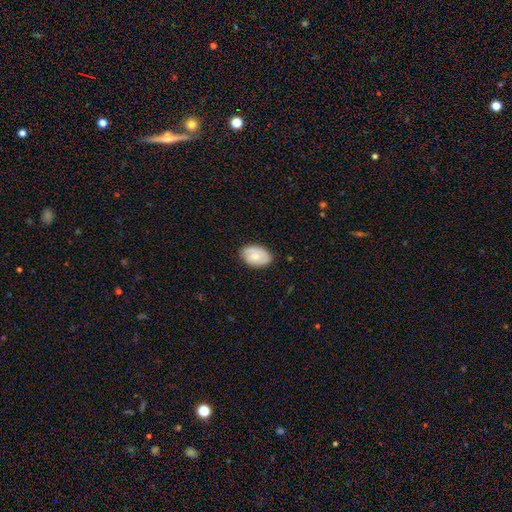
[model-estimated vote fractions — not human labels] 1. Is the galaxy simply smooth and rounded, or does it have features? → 64% smooth, 29% featured or disk, 6% star or artifact.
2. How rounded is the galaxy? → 90% in between, 9% round, 1% cigar-shaped.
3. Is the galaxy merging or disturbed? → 79% none, 17% minor disturbance, 3% major disturbance, 1% merger.